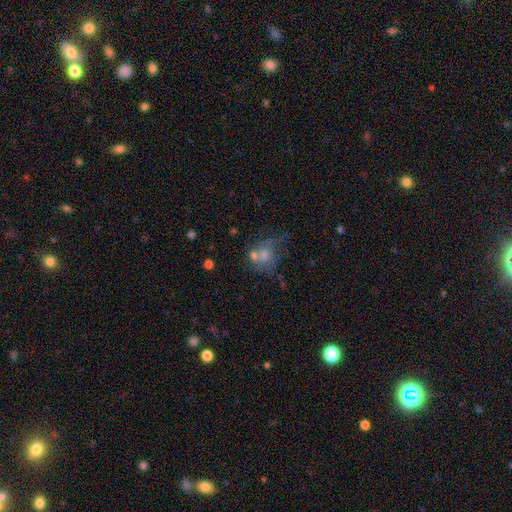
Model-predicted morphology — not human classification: smooth_or_featured: smooth (p=0.40) [alt: featured or disk p=0.36]
merging: none (p=0.41) [alt: merger p=0.23]